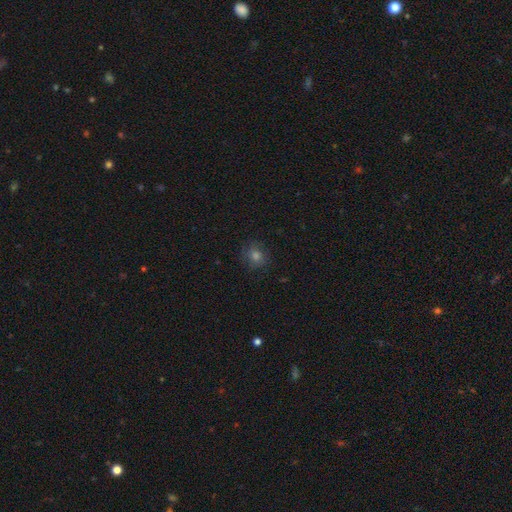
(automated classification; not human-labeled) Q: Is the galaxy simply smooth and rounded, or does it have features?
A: smooth — 66%.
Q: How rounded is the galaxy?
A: round — 81%.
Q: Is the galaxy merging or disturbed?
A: none — 84%.